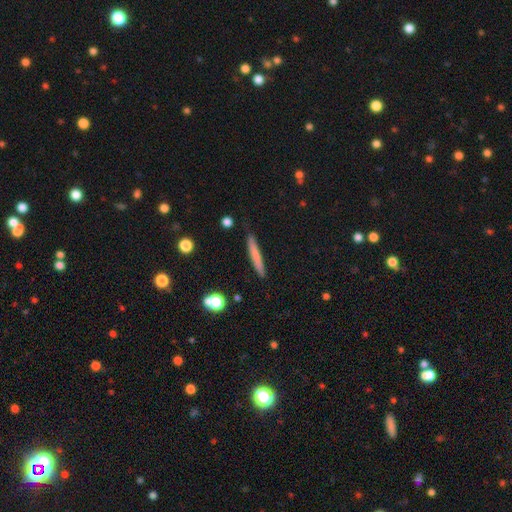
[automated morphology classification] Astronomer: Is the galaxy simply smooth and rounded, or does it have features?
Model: smooth — 69%.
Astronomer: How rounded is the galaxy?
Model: cigar-shaped — 95%.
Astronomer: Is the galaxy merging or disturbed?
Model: none — 85%.